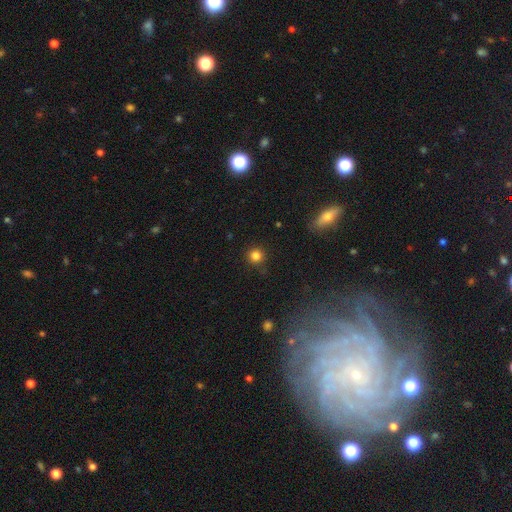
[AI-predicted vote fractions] Overall: smooth (83%). How rounded: round (94%). Merging: none (89%).